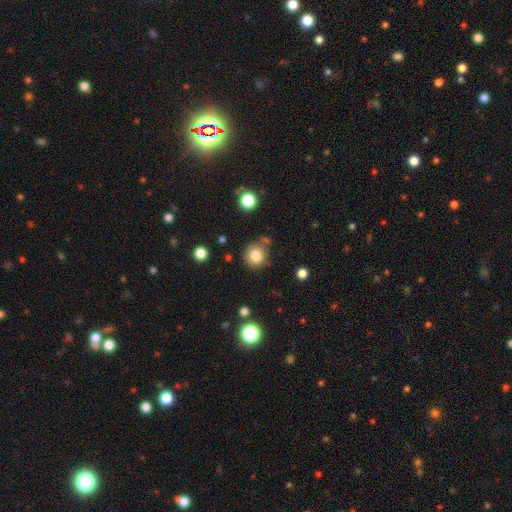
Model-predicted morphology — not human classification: This is clearly a smooth galaxy (81%). How rounded: clearly round (90%). Merging: likely none (78%).